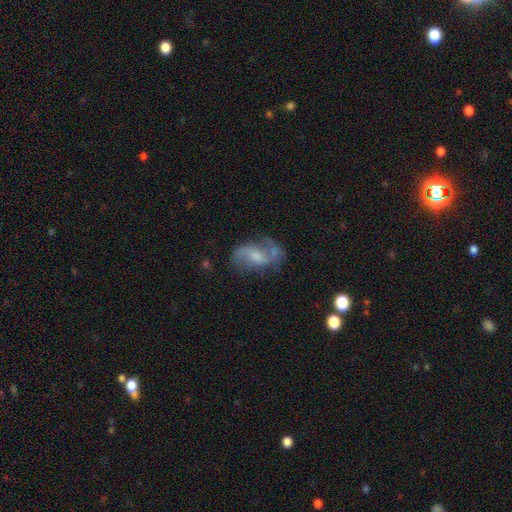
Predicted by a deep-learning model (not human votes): Smooth or featured? featured or disk (73%)
Edge-on disk? no (97%)
Bar? weak (49%)
Spiral arms? yes (88%)
Spiral winding? loose (59%)
Spiral arm count? 2 (86%)
Bulge size? moderate (37%)
Merging? none (53%)